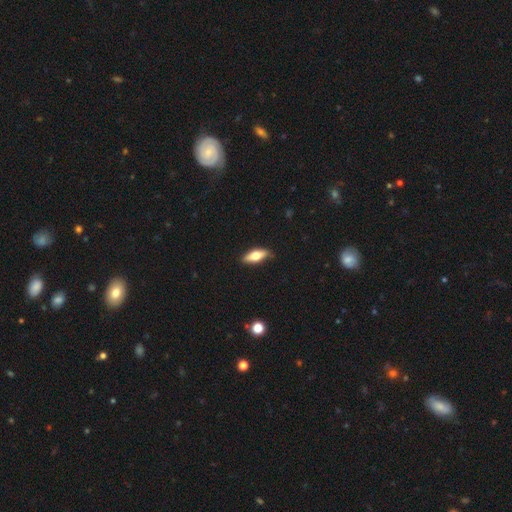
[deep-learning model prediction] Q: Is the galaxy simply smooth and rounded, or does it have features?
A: smooth — 54%.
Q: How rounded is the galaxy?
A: in between — 65%.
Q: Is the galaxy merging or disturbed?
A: none — 86%.